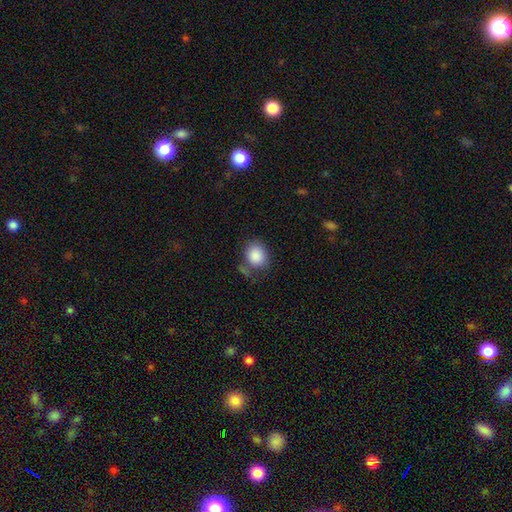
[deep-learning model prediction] Q: Smooth or featured?
A: smooth (87%); runner-up: star or artifact (8%)
Q: How rounded?
A: round (54%); runner-up: in between (45%)
Q: Merging?
A: none (64%); runner-up: minor disturbance (19%)